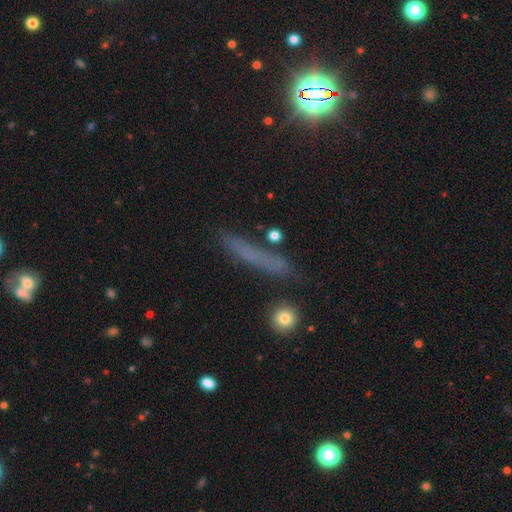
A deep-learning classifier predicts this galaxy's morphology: smooth 51%, featured or disk 25%, star or artifact 24%. Down the decision tree: how rounded — cigar-shaped (86%); merging — none (78%).